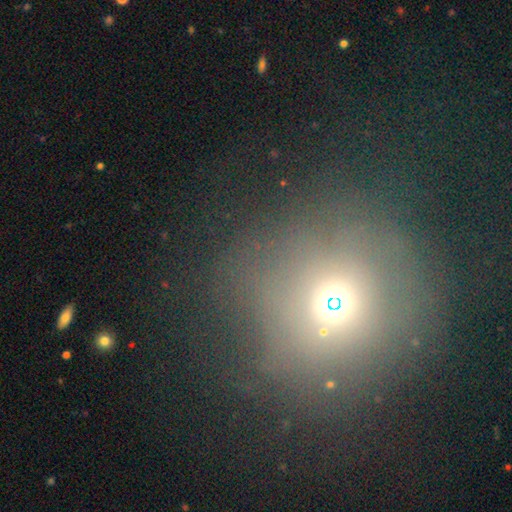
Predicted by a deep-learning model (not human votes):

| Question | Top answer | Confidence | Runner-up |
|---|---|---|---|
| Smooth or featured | smooth | 55% | star or artifact (28%) |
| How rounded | round | 91% | in between (8%) |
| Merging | none | 60% | minor disturbance (16%) |